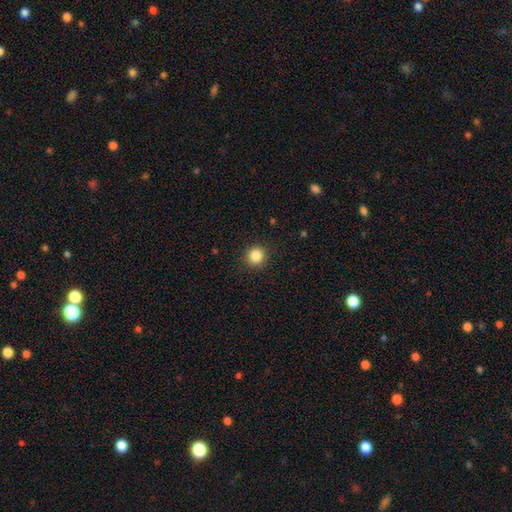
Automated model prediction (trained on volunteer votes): smooth-or-featured: smooth: 85% | star or artifact: 10% | featured or disk: 4%
  how-rounded: round: 90% | in between: 9% | cigar-shaped: 1%
  merging: none: 90% | minor disturbance: 6% | major disturbance: 2% | merger: 1%